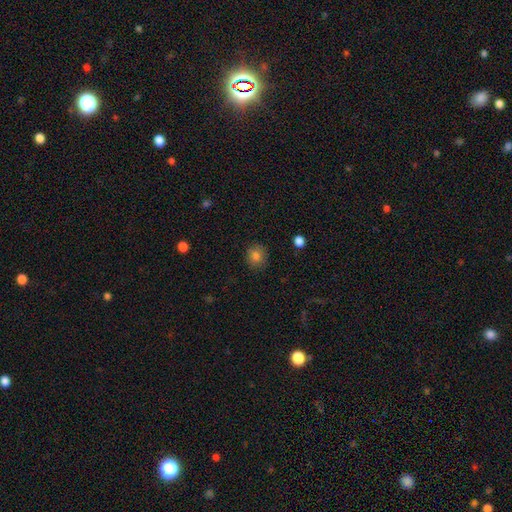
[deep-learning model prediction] smooth 82%, star or artifact 11%, featured or disk 7%. Down the decision tree: how rounded — round (79%); merging — none (85%).